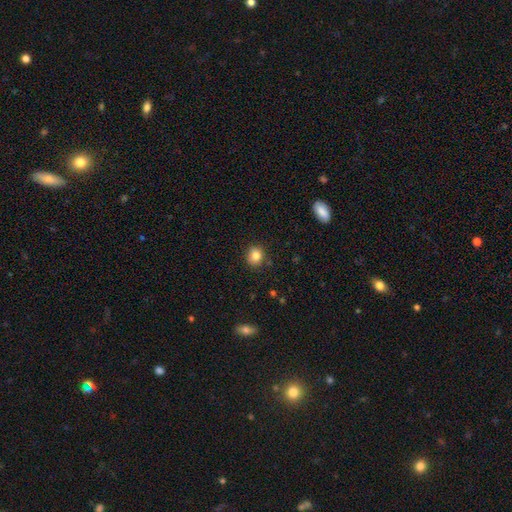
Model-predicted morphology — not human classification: Smooth or featured?
  - smooth: 83% *
  - star or artifact: 10%
  - featured or disk: 6%
How rounded?
  - round: 77% *
  - in between: 22%
  - cigar-shaped: 1%
Merging?
  - none: 86% *
  - minor disturbance: 10%
  - major disturbance: 2%
  - merger: 2%